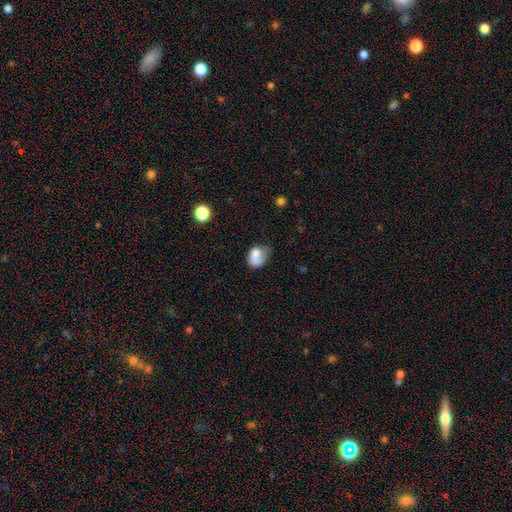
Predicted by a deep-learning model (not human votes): The model was most divided on "merging": none: 36%, minor disturbance: 32%, major disturbance: 23%, merger: 10%. More confident: how rounded — in between (72%); smooth or featured — smooth (71%).